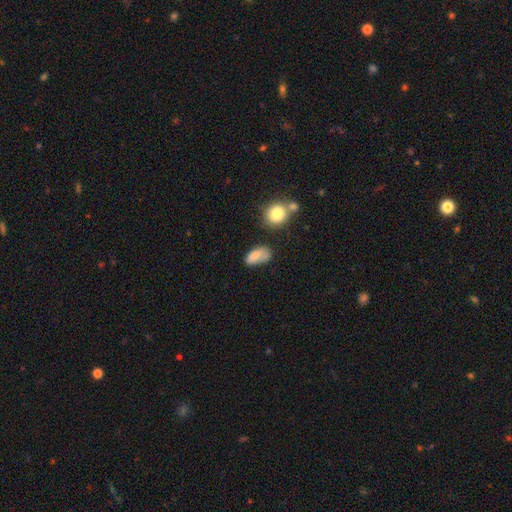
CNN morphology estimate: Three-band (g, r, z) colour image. It shows a smooth galaxy with no disk features (77%) that is in between round and cigar-shaped (88%). Merging: none (39%).